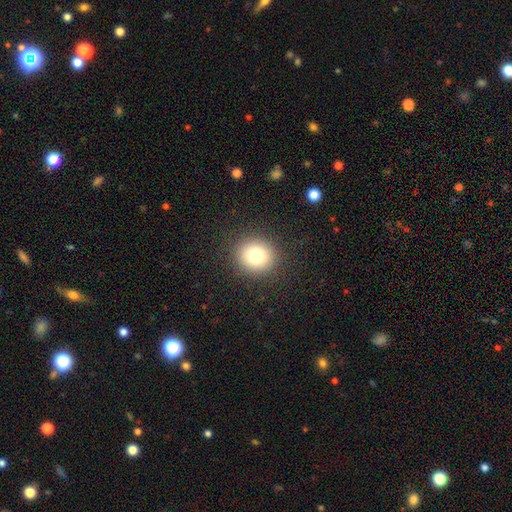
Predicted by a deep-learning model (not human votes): A smooth galaxy with no disk features (79%) that is round (83%).

Vote fractions:
- Smooth or featured? smooth: 79% / star or artifact: 12% / featured or disk: 10%
- How rounded? round: 83% / in between: 16% / cigar-shaped: 1%
- Merging? none: 90% / minor disturbance: 6% / major disturbance: 3% / merger: 1%